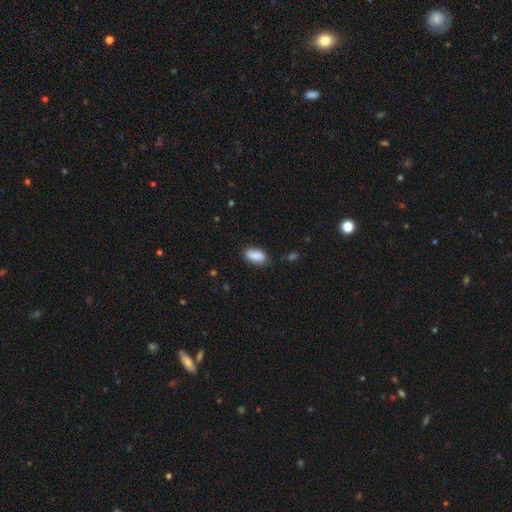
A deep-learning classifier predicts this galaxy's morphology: Smooth or featured: smooth — 87% (star or artifact — 7%)
How rounded: in between — 88% (cigar-shaped — 9%)
Merging: none — 74% (minor disturbance — 20%)